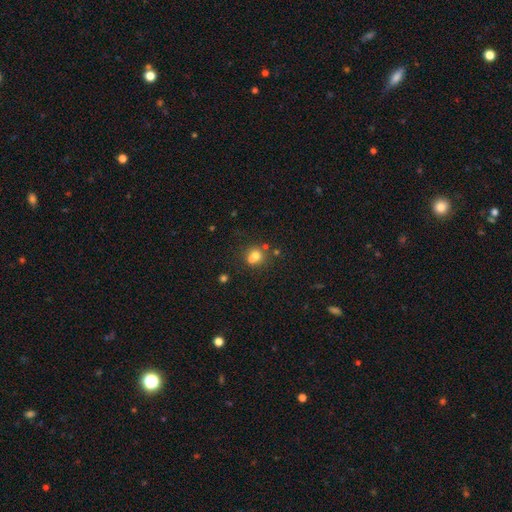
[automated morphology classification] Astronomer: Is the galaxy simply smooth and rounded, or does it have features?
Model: smooth — 66%.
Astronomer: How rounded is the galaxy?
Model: round — 85%.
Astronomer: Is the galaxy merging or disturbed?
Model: none — 45%, tied with merger at 45%.